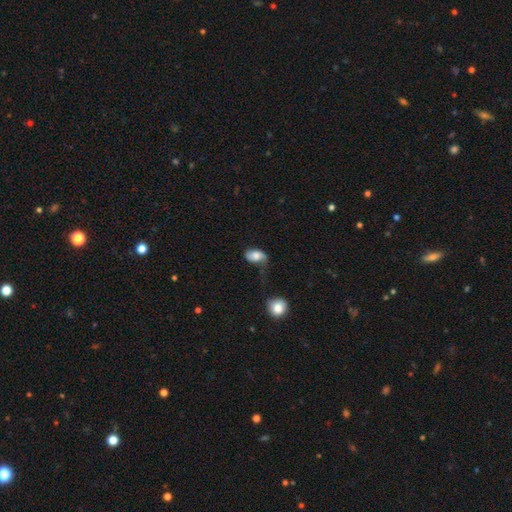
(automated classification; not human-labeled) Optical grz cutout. It shows a smooth galaxy with no disk features (73%) that is in between round and cigar-shaped (88%). Merging: none (34%).